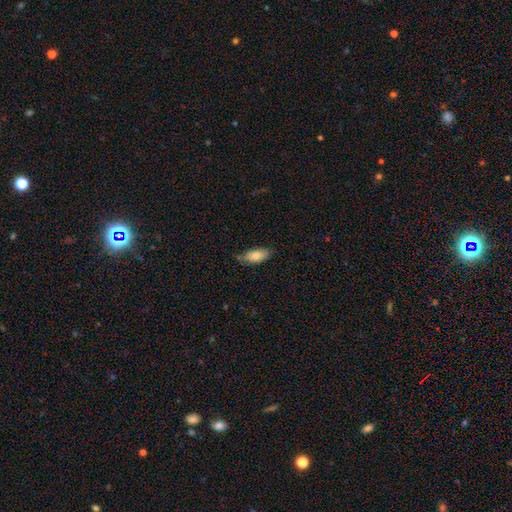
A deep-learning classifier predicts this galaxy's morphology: Smooth or featured? smooth (79%)
How rounded? in between (88%)
Merging? none (73%)